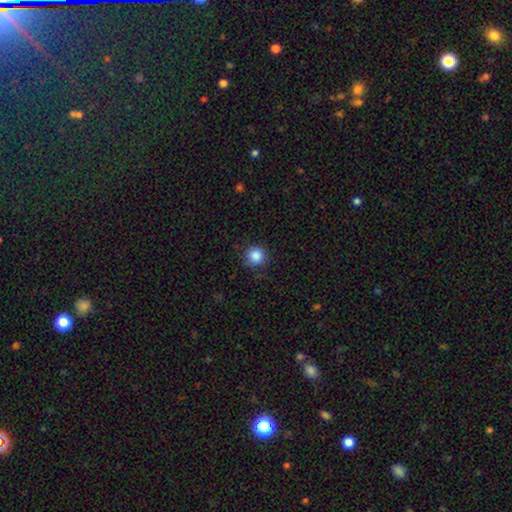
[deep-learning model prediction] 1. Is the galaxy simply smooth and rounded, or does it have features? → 87% smooth, 10% star or artifact, 3% featured or disk.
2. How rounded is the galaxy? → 94% round, 5% in between, 1% cigar-shaped.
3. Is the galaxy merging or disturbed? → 84% none, 12% minor disturbance, 3% major disturbance, 1% merger.